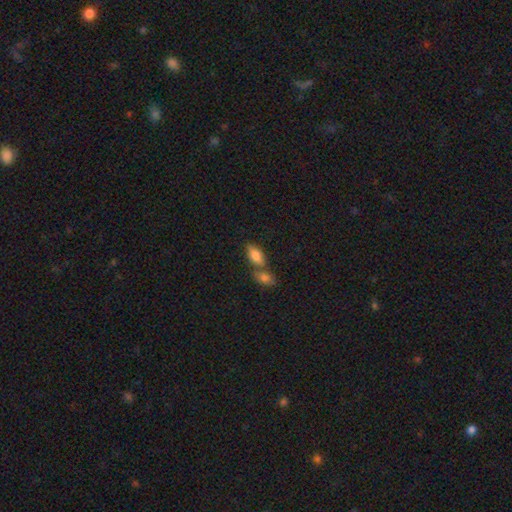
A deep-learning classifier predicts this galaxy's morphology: Overall: smooth (79%). How rounded: in between (85%). Merging: merger (45%; none 41%).